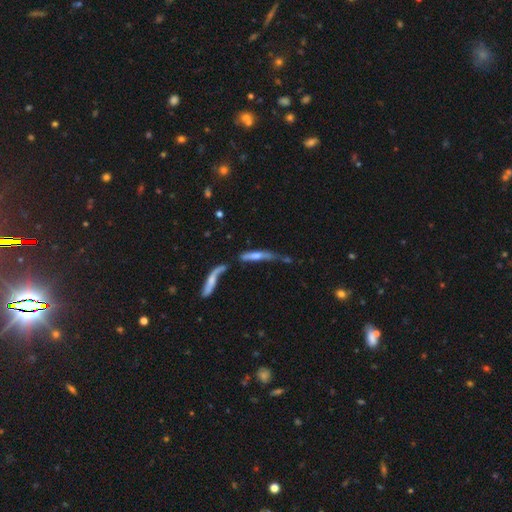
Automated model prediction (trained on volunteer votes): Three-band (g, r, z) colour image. It shows a featured or disk galaxy (54%) viewed edge-on (76%). Merging: merger (34%).